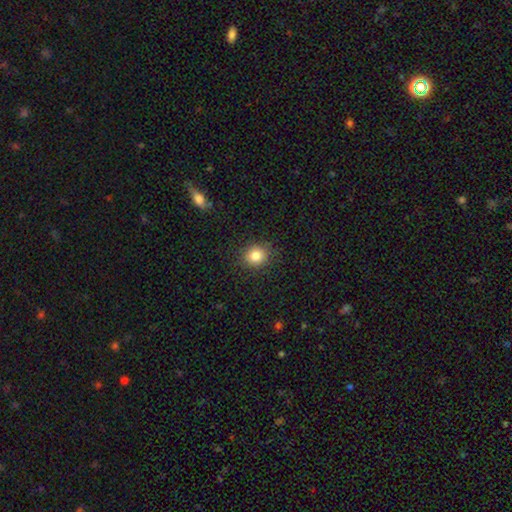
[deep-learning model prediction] Smooth or featured? smooth (83%)
How rounded? round (78%)
Merging? none (87%)